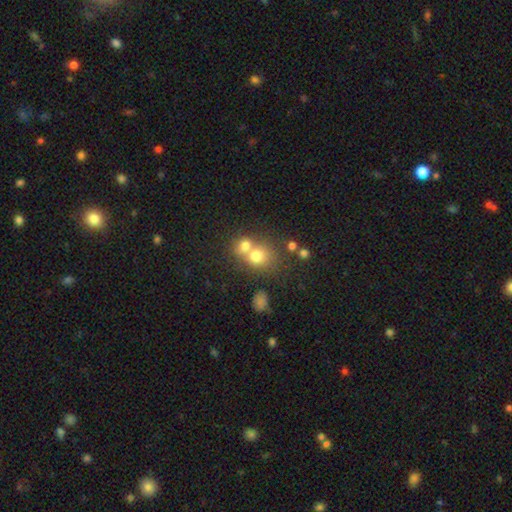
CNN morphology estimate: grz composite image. It shows a smooth galaxy with no disk features (72%) that is round (70%). Merging: merger (60%).